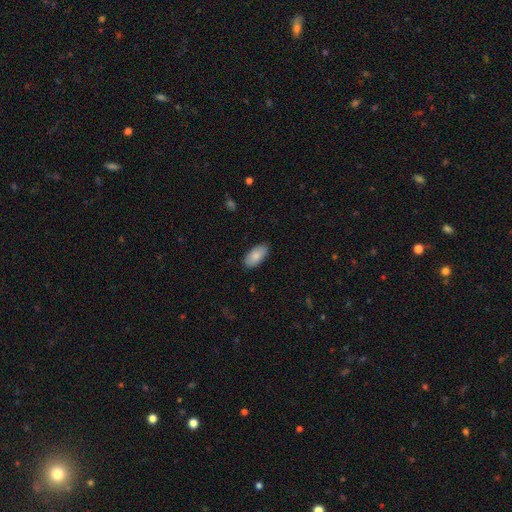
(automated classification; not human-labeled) Smooth or featured: smooth — 84% (featured or disk — 10%)
How rounded: in between — 94% (cigar-shaped — 4%)
Merging: none — 87% (minor disturbance — 10%)